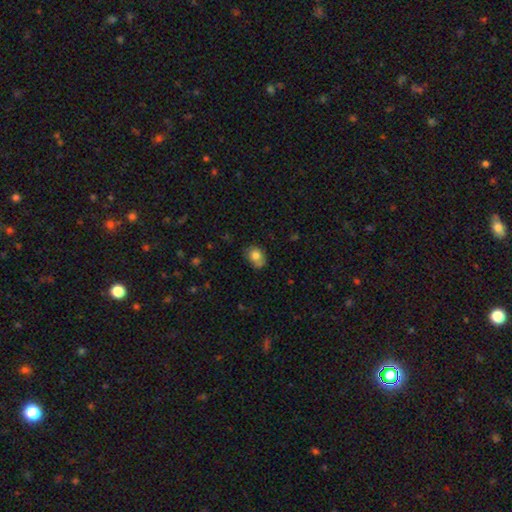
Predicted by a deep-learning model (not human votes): Smooth or featured: smooth — 78% (featured or disk — 12%)
How rounded: in between — 52% (round — 47%)
Merging: none — 59% (minor disturbance — 28%)